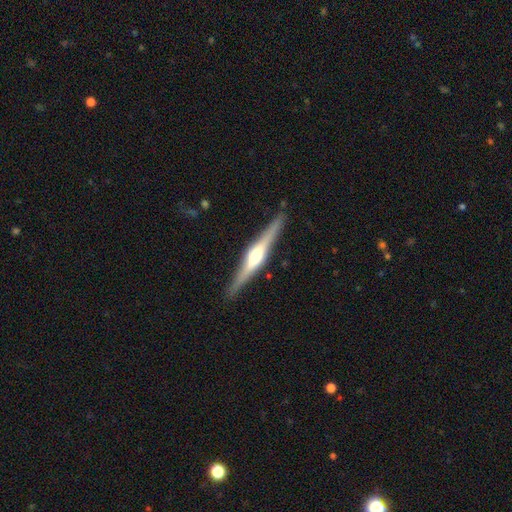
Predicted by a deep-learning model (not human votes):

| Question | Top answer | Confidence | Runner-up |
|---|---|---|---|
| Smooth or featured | featured or disk | 78% | smooth (17%) |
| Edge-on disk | yes | 98% | no (2%) |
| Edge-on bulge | rounded | 87% | boxy (9%) |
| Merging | none | 90% | minor disturbance (7%) |